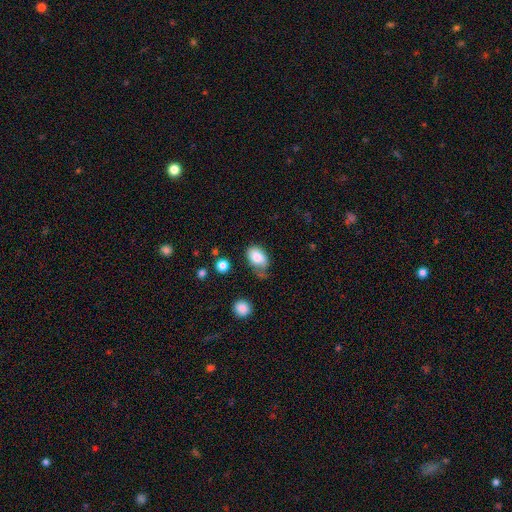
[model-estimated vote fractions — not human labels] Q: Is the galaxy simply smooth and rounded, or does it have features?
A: smooth — 81%.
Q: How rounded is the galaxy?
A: in between — 88%.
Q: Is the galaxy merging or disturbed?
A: none — 46%.